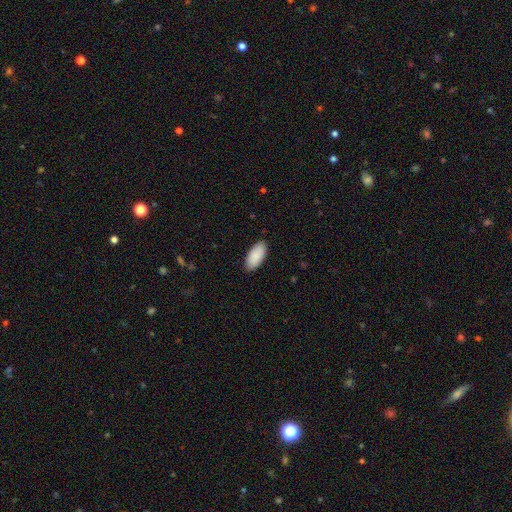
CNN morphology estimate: type=smooth (91%); roundness=in between (93%); merging=none (89%).